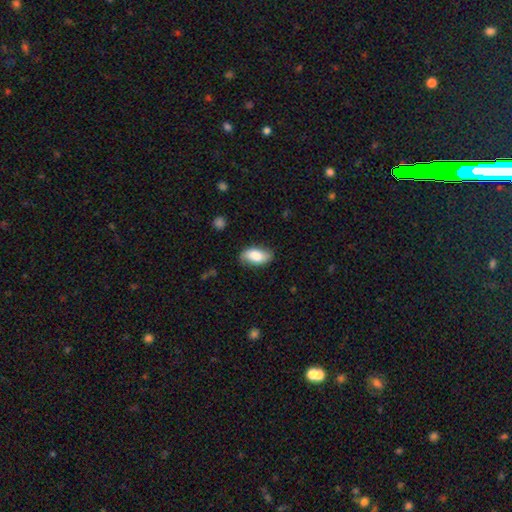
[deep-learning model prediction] Smooth or featured? Predicted: smooth (p=0.79). How rounded? Predicted: in between (p=0.93). Merging? Predicted: none (p=0.79).